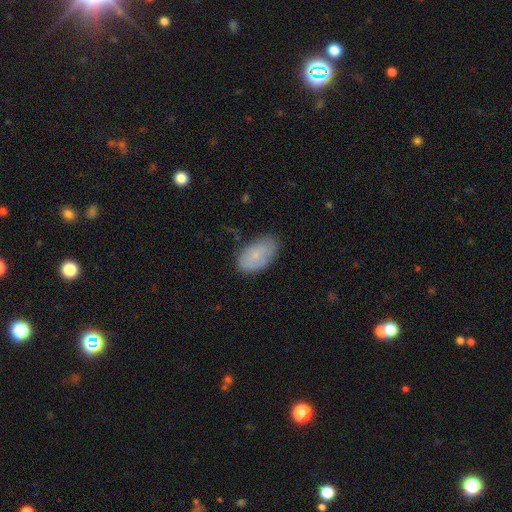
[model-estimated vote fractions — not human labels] Morphology: type=smooth (75%); roundness=in between (93%); merging=none (72%).